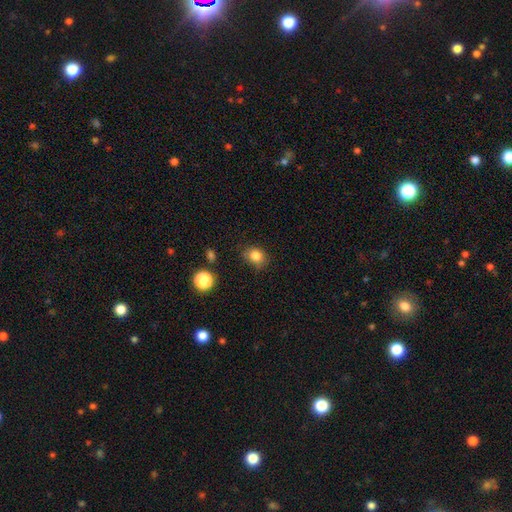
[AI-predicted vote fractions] This is clearly a smooth galaxy (83%). How rounded: possibly round (59%). Merging: likely none (77%).